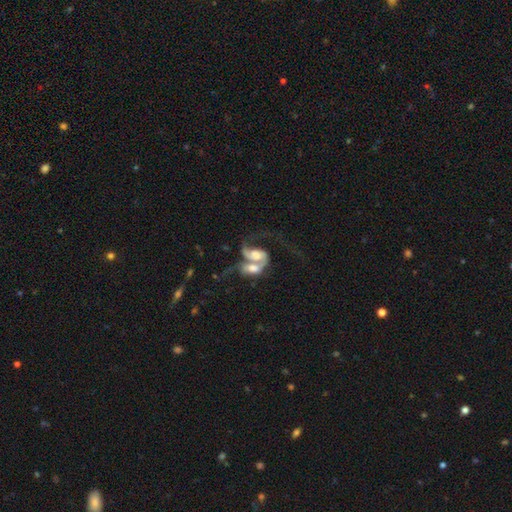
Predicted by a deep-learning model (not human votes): Smooth or featured: featured or disk — 71% (smooth — 22%)
Edge-on disk: no — 96% (yes — 4%)
Bar: no — 57% (weak — 29%)
Spiral arms: yes — 83% (no — 17%)
Spiral winding: loose — 64% (medium — 26%)
Spiral arm count: 2 — 64% (1 — 22%)
Bulge size: large — 33% (moderate — 30%)
Merging: merger — 78% (major disturbance — 11%)